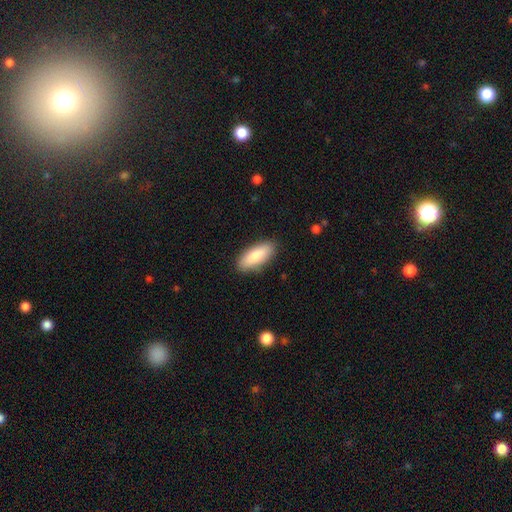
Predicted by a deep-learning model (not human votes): Q: Smooth or featured?
A: smooth (81%); runner-up: featured or disk (13%)
Q: How rounded?
A: in between (75%); runner-up: cigar-shaped (23%)
Q: Merging?
A: none (87%); runner-up: minor disturbance (10%)